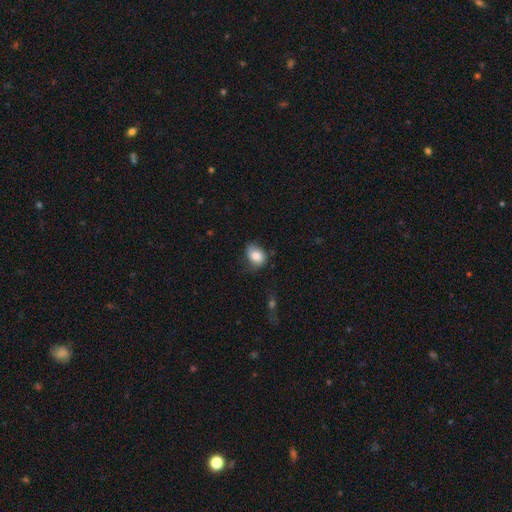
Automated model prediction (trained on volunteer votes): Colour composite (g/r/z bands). It shows a smooth galaxy with no disk features (77%) that is in between round and cigar-shaped (65%). Merging: none (57%).